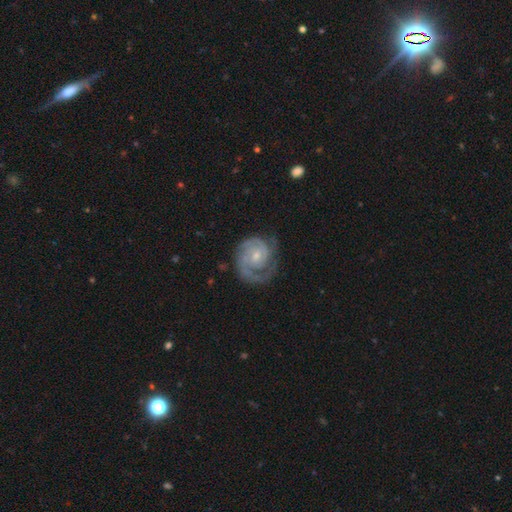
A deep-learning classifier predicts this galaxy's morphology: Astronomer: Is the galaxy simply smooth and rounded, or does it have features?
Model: featured or disk — 89%.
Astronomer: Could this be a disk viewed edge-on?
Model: no — 98%.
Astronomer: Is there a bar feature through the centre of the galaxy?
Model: no — 65%.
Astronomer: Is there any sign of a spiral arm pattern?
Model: yes — 98%.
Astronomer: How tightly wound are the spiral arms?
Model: tight — 66%.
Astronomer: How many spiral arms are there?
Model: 2 — 61%.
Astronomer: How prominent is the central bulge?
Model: small — 65%.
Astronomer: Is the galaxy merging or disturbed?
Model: none — 71%.